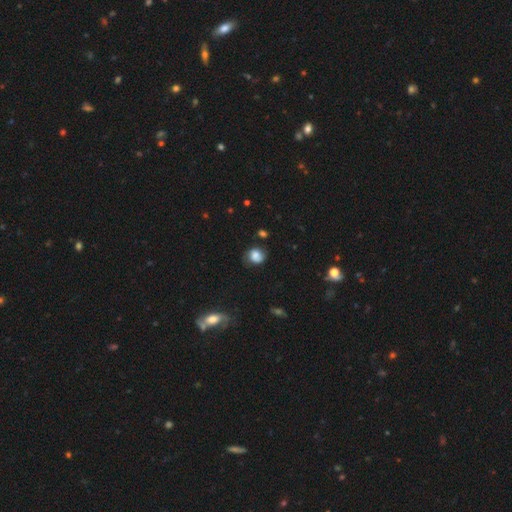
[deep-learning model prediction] A smooth galaxy with no disk features (69%) that is round (69%). Merging: none (62%).